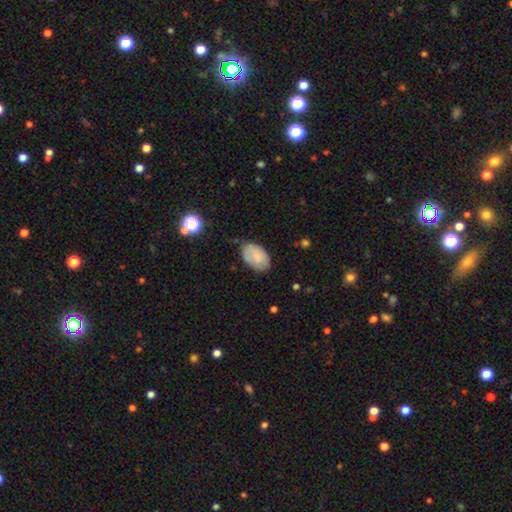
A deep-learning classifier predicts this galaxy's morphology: smooth 77%, featured or disk 16%, star or artifact 8%. Down the decision tree: how rounded — in between (92%); merging — none (73%).